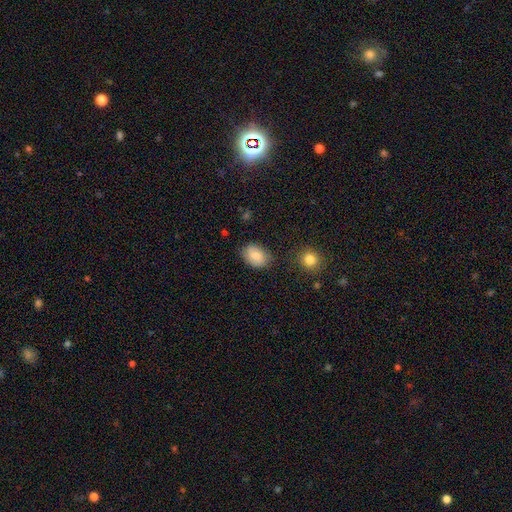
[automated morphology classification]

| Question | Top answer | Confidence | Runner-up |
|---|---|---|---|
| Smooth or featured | smooth | 82% | featured or disk (11%) |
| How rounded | in between | 77% | round (22%) |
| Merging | none | 76% | minor disturbance (18%) |